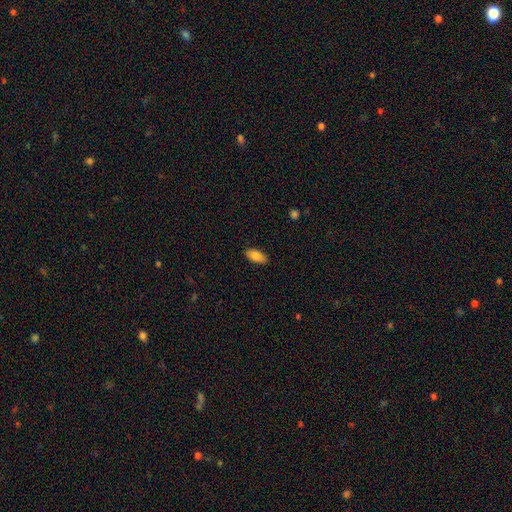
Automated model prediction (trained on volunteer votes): This is clearly a smooth galaxy (82%). How rounded: clearly in between (90%). Merging: clearly none (87%).